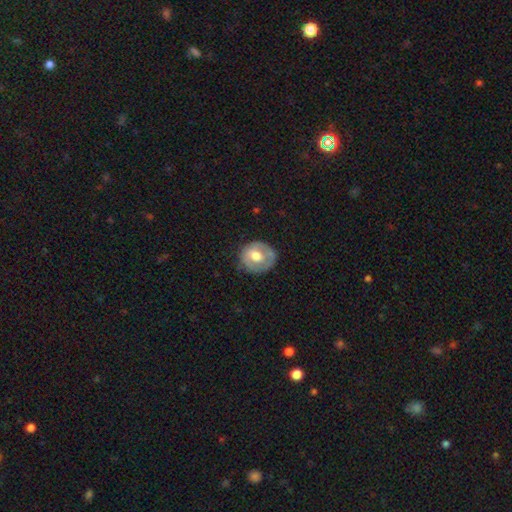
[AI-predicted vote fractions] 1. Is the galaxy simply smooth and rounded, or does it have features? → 53% smooth, 41% featured or disk, 6% star or artifact.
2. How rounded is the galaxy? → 80% round, 20% in between, 1% cigar-shaped.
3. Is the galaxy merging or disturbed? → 71% none, 20% minor disturbance, 8% major disturbance, 1% merger.